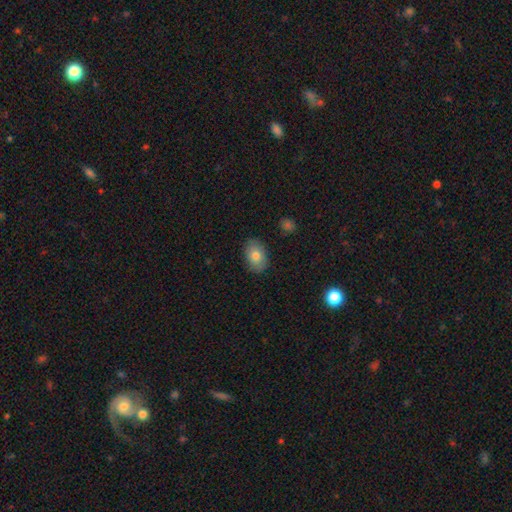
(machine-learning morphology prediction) This is likely a smooth galaxy (78%). How rounded: clearly in between (85%). Merging: clearly none (86%).